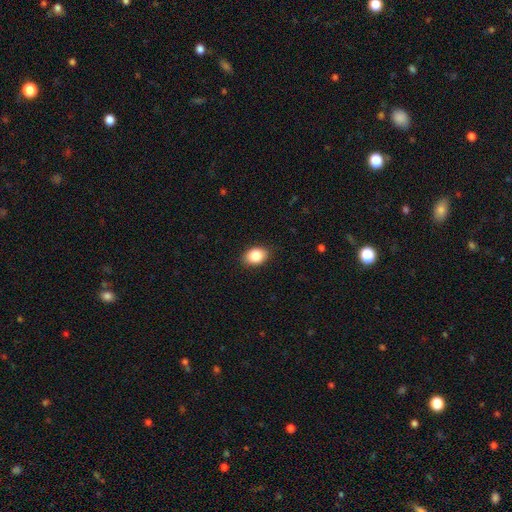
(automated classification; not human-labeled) Overall: smooth (87%). How rounded: in between (75%). Merging: none (87%).